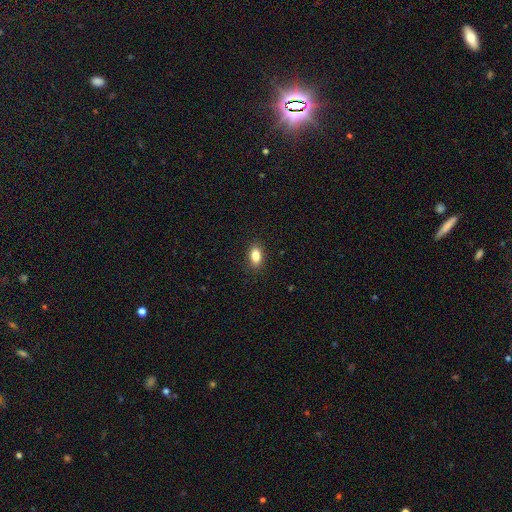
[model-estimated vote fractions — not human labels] This appears to be a smooth galaxy with no disk features (85%) that is in between round and cigar-shaped (87%). Merging: none (89%).